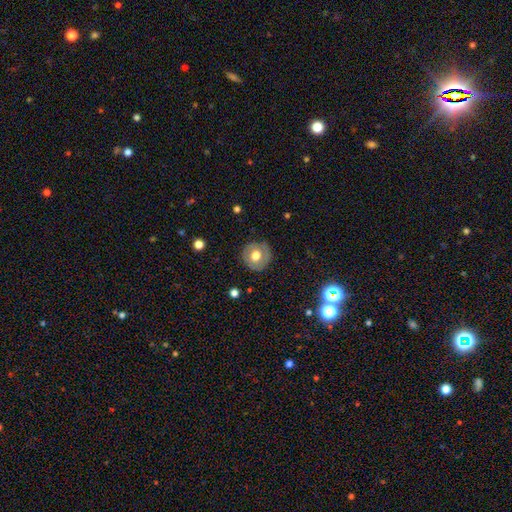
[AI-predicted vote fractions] Morphology: type=smooth (58%); roundness=round (91%); merging=none (83%).